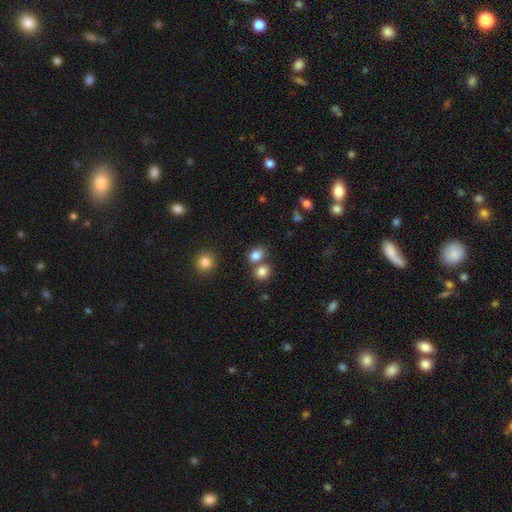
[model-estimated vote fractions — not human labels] Q: Smooth or featured?
A: smooth (82%); runner-up: star or artifact (11%)
Q: How rounded?
A: in between (50%); runner-up: round (49%)
Q: Merging?
A: none (57%); runner-up: merger (30%)